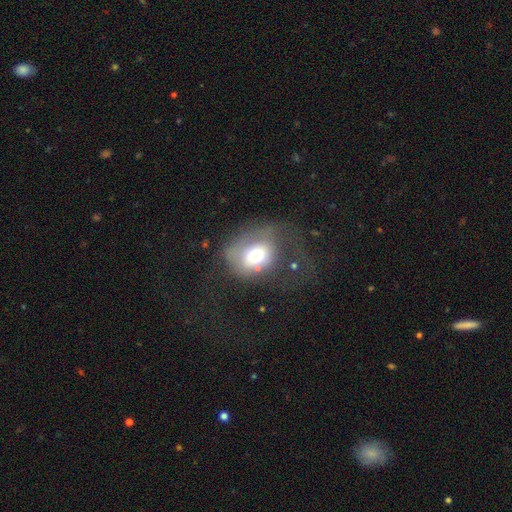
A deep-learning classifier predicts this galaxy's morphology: Smooth or featured? smooth (63%)
How rounded? round (52%)
Merging? major disturbance (44%)